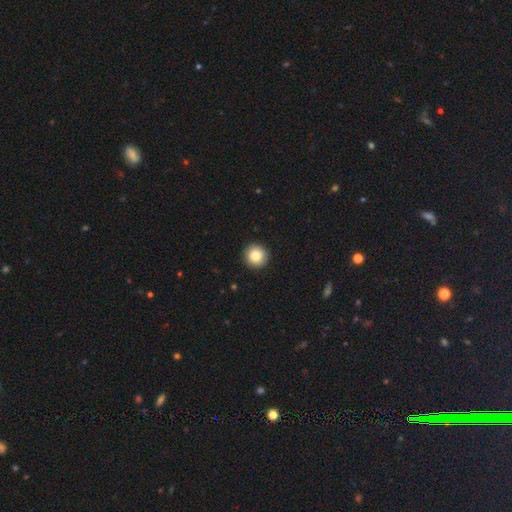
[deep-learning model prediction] This is clearly a smooth galaxy (85%). How rounded: clearly round (95%). Merging: clearly none (93%).